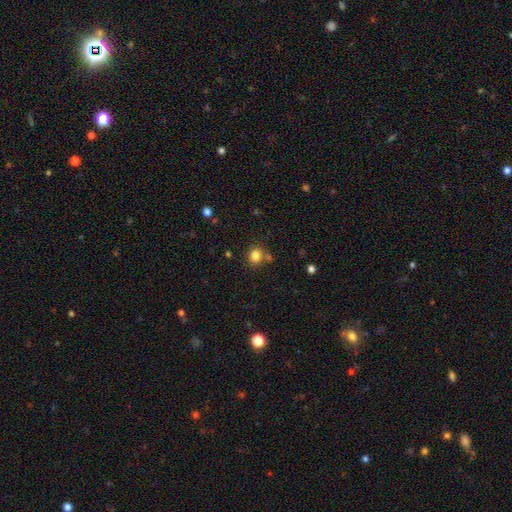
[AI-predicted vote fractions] smooth 82%, star or artifact 13%, featured or disk 6%. Down the decision tree: how rounded — round (85%); merging — none (74%).